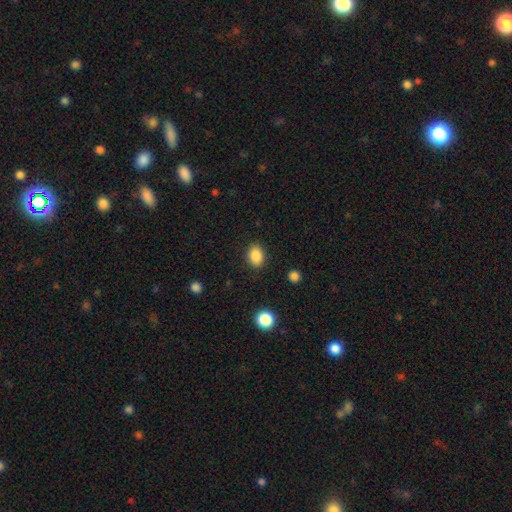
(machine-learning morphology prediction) smooth 87%, star or artifact 9%, featured or disk 3%. Down the decision tree: how rounded — in between (65%); merging — none (88%).